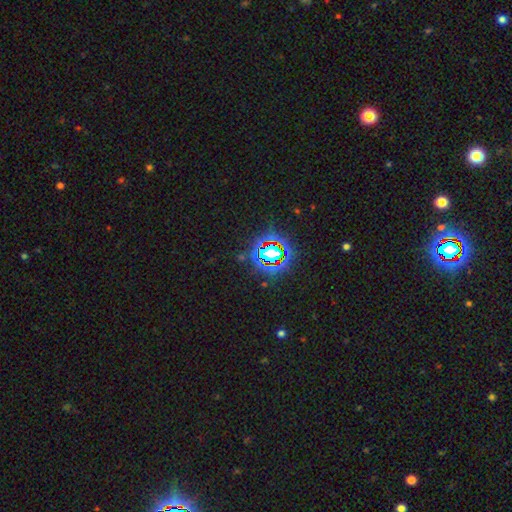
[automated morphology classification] smooth_or_featured: star or artifact (p=0.81) [alt: smooth p=0.11]